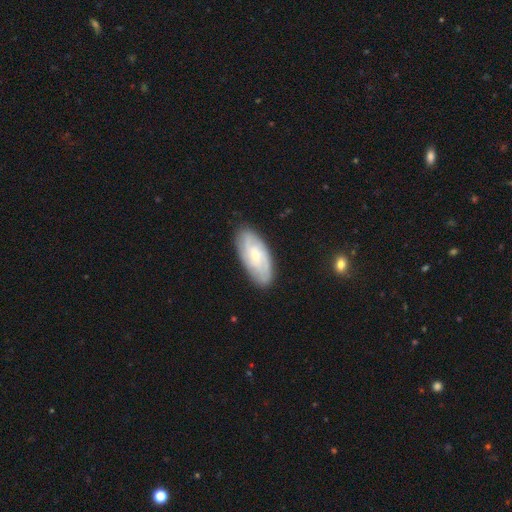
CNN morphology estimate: smooth_or_featured: featured or disk (p=0.65) [alt: smooth p=0.30]
disk_edge_on: no (p=0.92) [alt: yes p=0.08]
bar: no (p=0.56) [alt: weak p=0.38]
has_spiral_arms: yes (p=0.90) [alt: no p=0.10]
spiral_winding: tight (p=0.55) [alt: medium p=0.34]
spiral_arm_count: can't tell (p=0.39) [alt: 2 p=0.27]
bulge_size: small (p=0.57) [alt: moderate p=0.36]
merging: none (p=0.84) [alt: minor disturbance p=0.12]